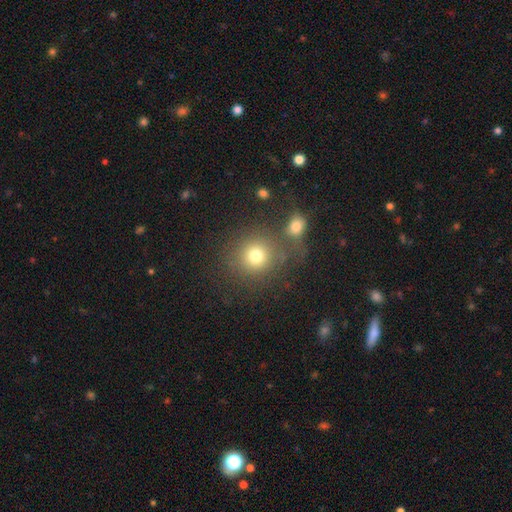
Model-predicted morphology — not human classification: Smooth or featured? smooth (76%)
How rounded? round (86%)
Merging? none (63%)